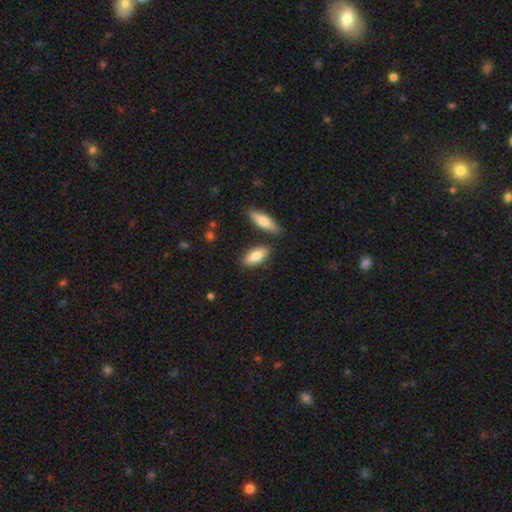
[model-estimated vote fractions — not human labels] This is likely a smooth galaxy (80%). How rounded: likely in between (75%). Merging: likely none (78%).